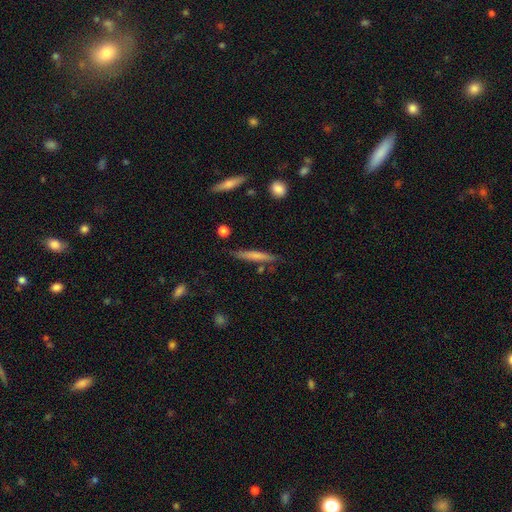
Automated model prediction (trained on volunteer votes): Q: Smooth or featured?
A: smooth (65%); runner-up: featured or disk (29%)
Q: How rounded?
A: cigar-shaped (93%); runner-up: in between (5%)
Q: Merging?
A: none (82%); runner-up: minor disturbance (13%)